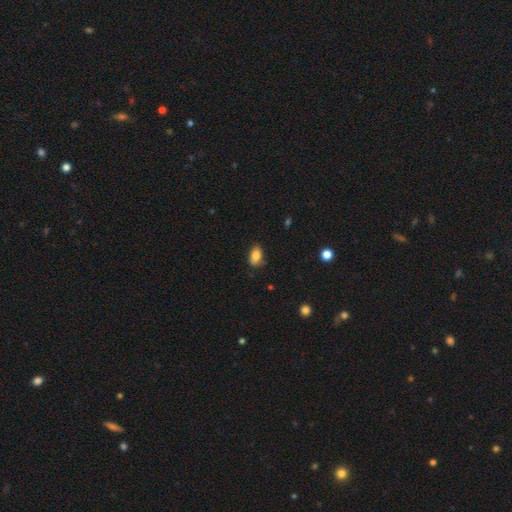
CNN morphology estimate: This appears to be a smooth galaxy with no disk features (83%) that is in between round and cigar-shaped (89%). Merging: none (73%).